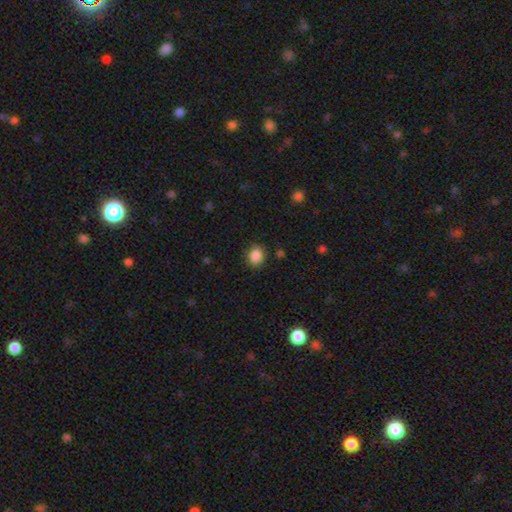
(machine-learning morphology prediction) Smooth or featured? Predicted: smooth (p=0.87). How rounded? Predicted: round (p=0.60). Merging? Predicted: none (p=0.87).